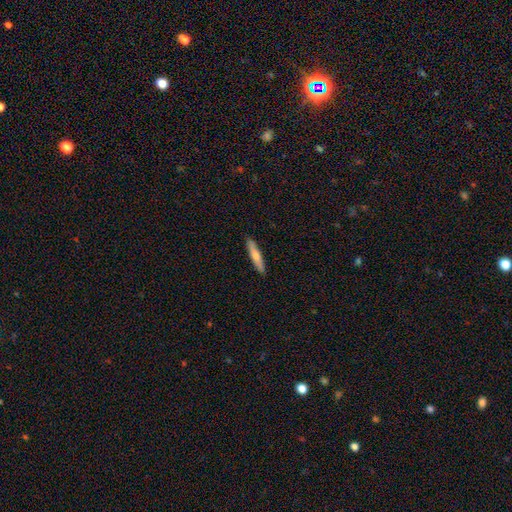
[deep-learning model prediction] smooth 65%, featured or disk 29%, star or artifact 5%. Down the decision tree: how rounded — cigar-shaped (89%); merging — none (90%).